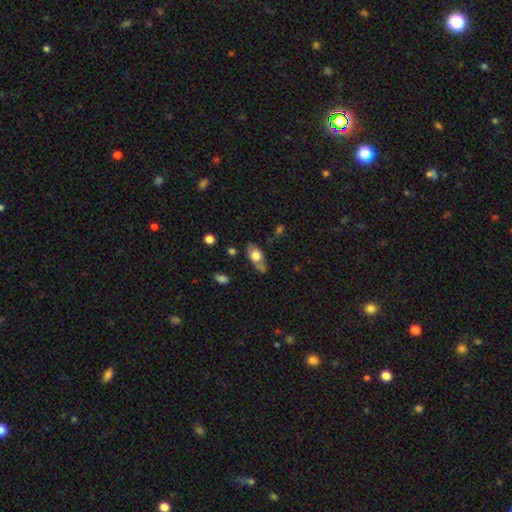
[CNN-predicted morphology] A smooth galaxy with no disk features (64%) that is in between round and cigar-shaped (82%).

Vote fractions:
- Smooth or featured? smooth: 64% / featured or disk: 28% / star or artifact: 7%
- How rounded? in between: 82% / round: 9% / cigar-shaped: 9%
- Merging? none: 59% / minor disturbance: 24% / merger: 10% / major disturbance: 7%